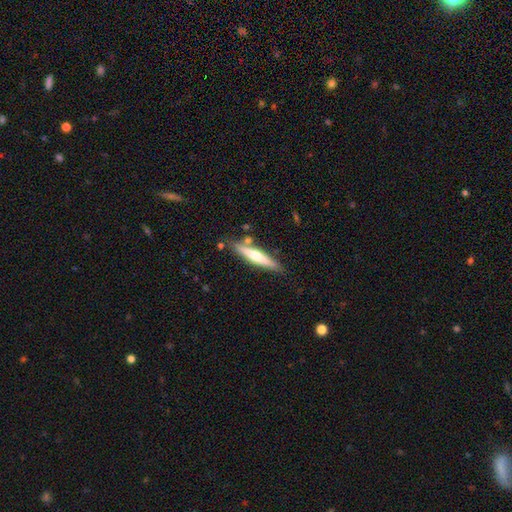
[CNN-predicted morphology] featured or disk 48%, smooth 46%, star or artifact 6%. Down the decision tree: merging — none (81%).